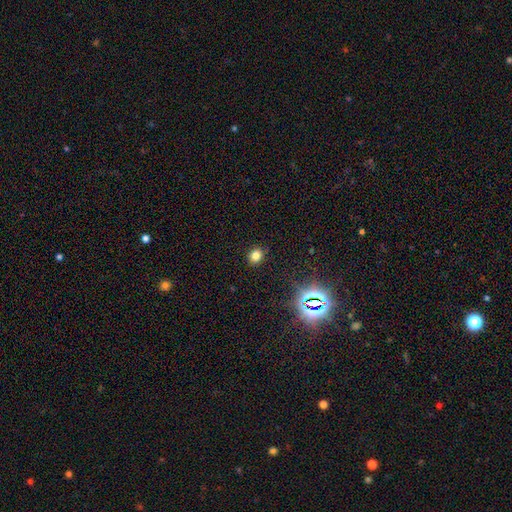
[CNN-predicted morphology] A smooth galaxy with no disk features (77%) that is round (70%).

Vote fractions:
- Smooth or featured? smooth: 77% / star or artifact: 17% / featured or disk: 6%
- How rounded? round: 70% / in between: 29% / cigar-shaped: 1%
- Merging? none: 89% / minor disturbance: 7% / major disturbance: 2% / merger: 1%